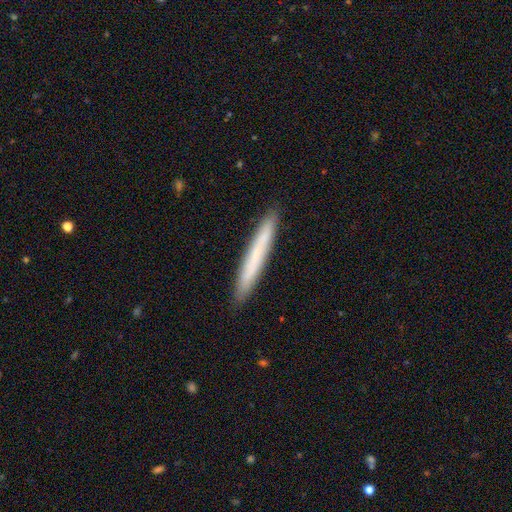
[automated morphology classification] A smooth galaxy with no disk features (66%) that is cigar-shaped (97%).

Vote fractions:
- Smooth or featured? smooth: 66% / featured or disk: 28% / star or artifact: 6%
- How rounded? cigar-shaped: 97% / in between: 2% / round: 1%
- Merging? none: 91% / minor disturbance: 7% / major disturbance: 1% / merger: 1%